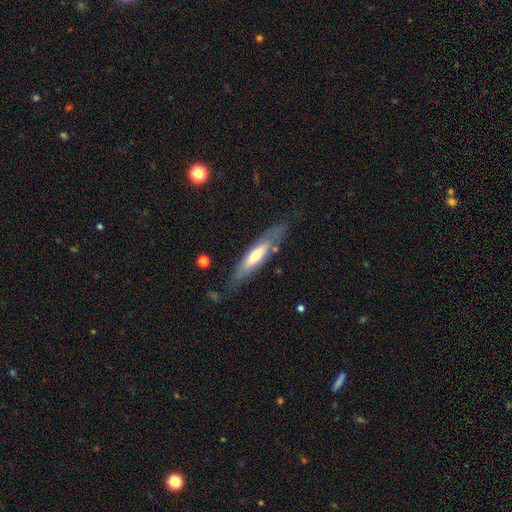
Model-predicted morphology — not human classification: Q: Smooth or featured?
A: featured or disk (51%); runner-up: smooth (43%)
Q: Edge-on disk?
A: yes (62%); runner-up: no (38%)
Q: Merging?
A: none (74%); runner-up: minor disturbance (18%)